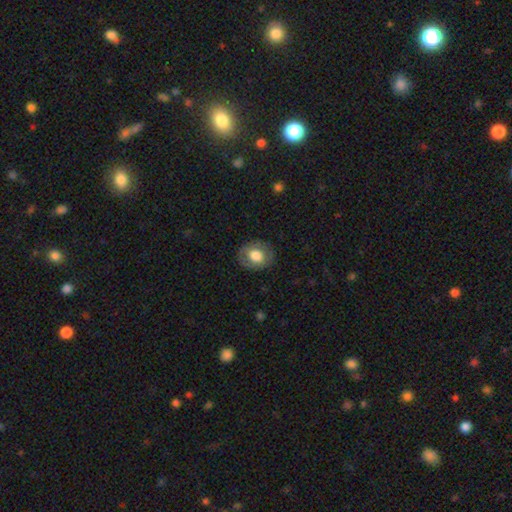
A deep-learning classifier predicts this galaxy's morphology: A smooth galaxy with no disk features (69%) that is round (55%).

Vote fractions:
- Smooth or featured? smooth: 69% / featured or disk: 24% / star or artifact: 7%
- How rounded? round: 55% / in between: 44% / cigar-shaped: 1%
- Merging? none: 83% / minor disturbance: 12% / major disturbance: 4% / merger: 1%